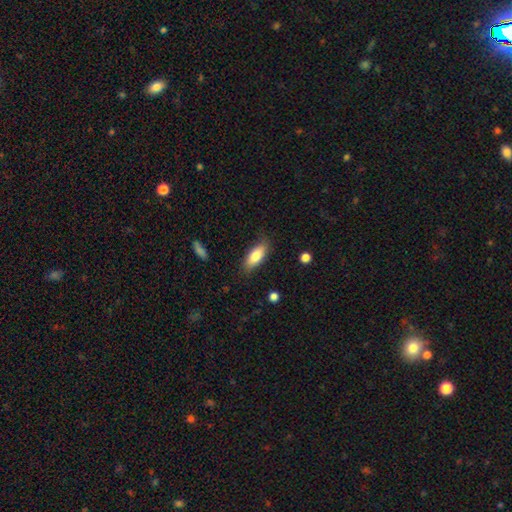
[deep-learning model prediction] Smooth or featured: smooth — 80% (featured or disk — 13%)
How rounded: in between — 75% (cigar-shaped — 22%)
Merging: none — 80% (minor disturbance — 15%)